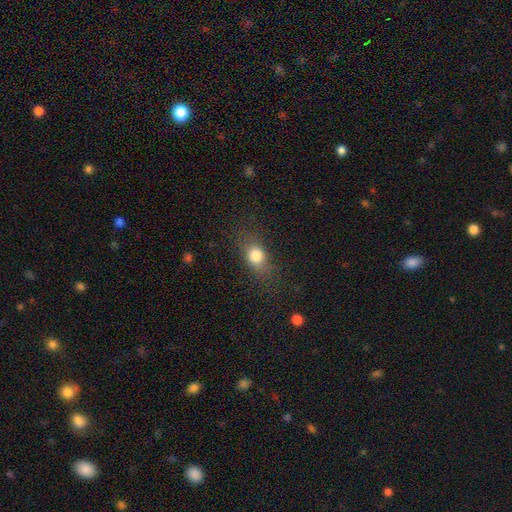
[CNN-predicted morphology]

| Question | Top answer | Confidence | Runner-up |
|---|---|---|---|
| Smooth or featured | smooth | 80% | star or artifact (11%) |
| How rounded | in between | 57% | round (39%) |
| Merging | none | 74% | minor disturbance (17%) |